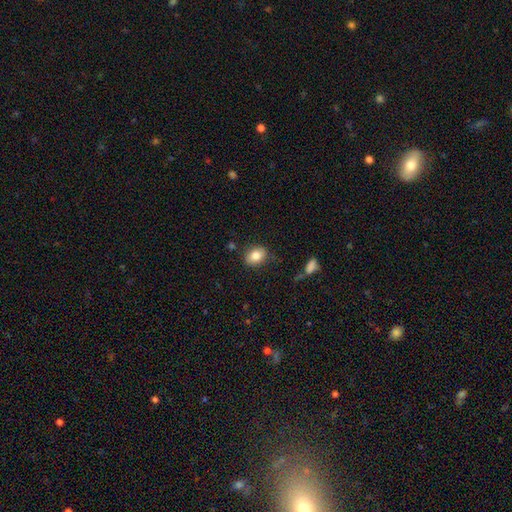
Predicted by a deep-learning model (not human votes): The model was most divided on "how rounded": in between: 68%, round: 30%, cigar-shaped: 1%. More confident: smooth or featured — smooth (82%); merging — none (82%).